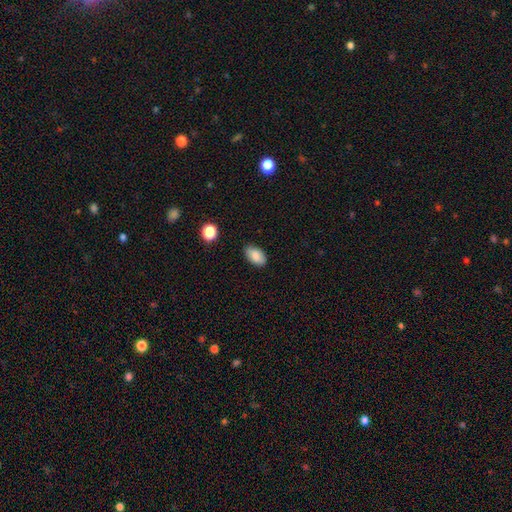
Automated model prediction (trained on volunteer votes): Smooth or featured? smooth (87%)
How rounded? in between (93%)
Merging? none (84%)